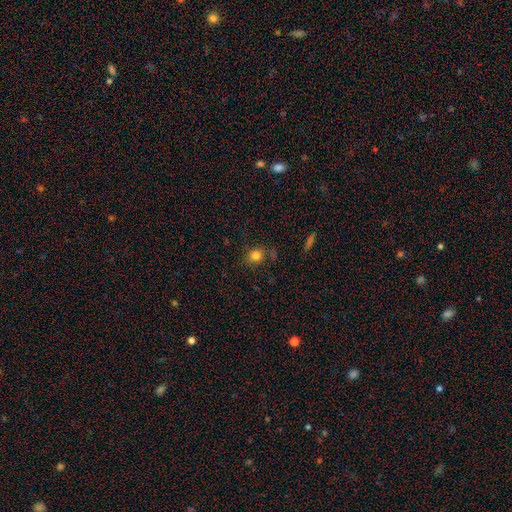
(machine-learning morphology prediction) smooth-or-featured: smooth: 80% | star or artifact: 13% | featured or disk: 7%
  how-rounded: round: 75% | in between: 24% | cigar-shaped: 1%
  merging: none: 77% | minor disturbance: 15% | major disturbance: 5% | merger: 3%